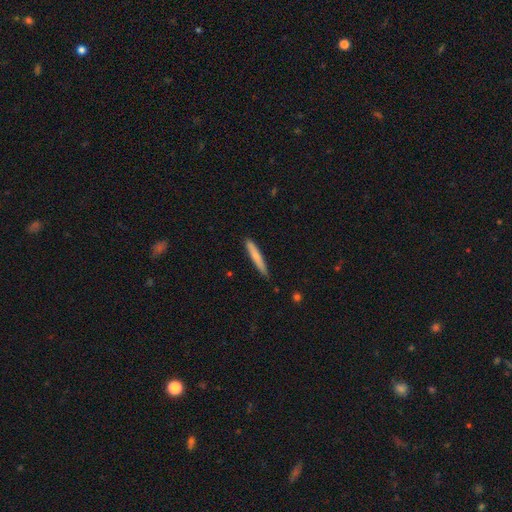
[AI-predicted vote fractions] Morphology: type=smooth (72%); roundness=cigar-shaped (95%); merging=none (85%).